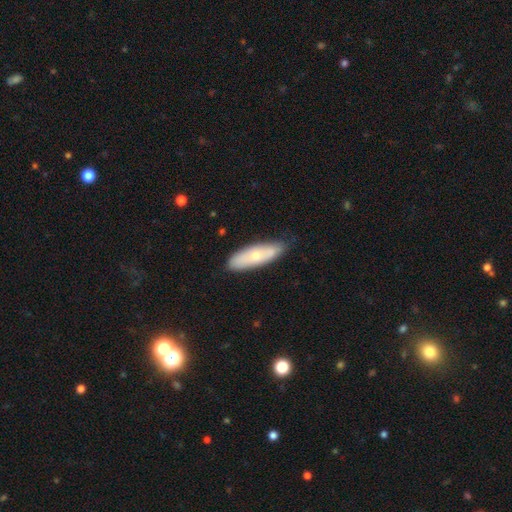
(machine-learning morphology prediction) Overall: smooth (56%; featured or disk 38%). How rounded: in between (56%; cigar-shaped 41%). Merging: none (77%).